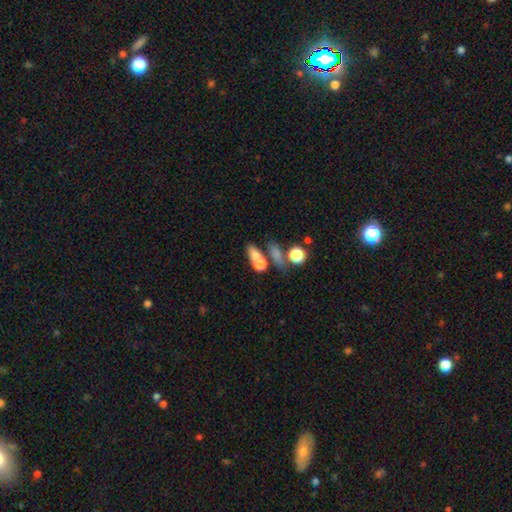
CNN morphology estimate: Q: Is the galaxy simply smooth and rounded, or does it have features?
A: smooth — 68%.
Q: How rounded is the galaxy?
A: in between — 52%.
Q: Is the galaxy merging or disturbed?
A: merger — 46%.